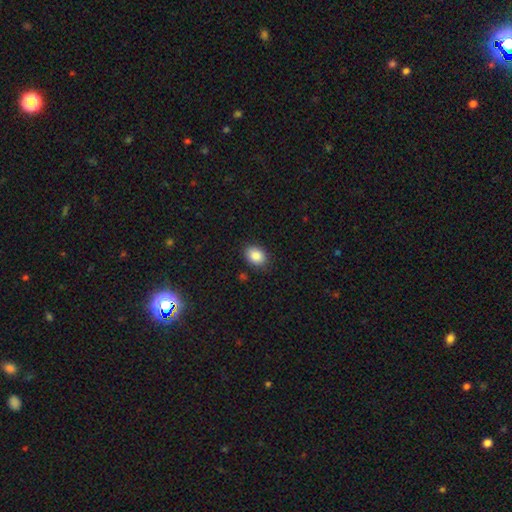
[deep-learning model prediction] Morphology: type=smooth (88%); roundness=in between (68%); merging=none (86%).